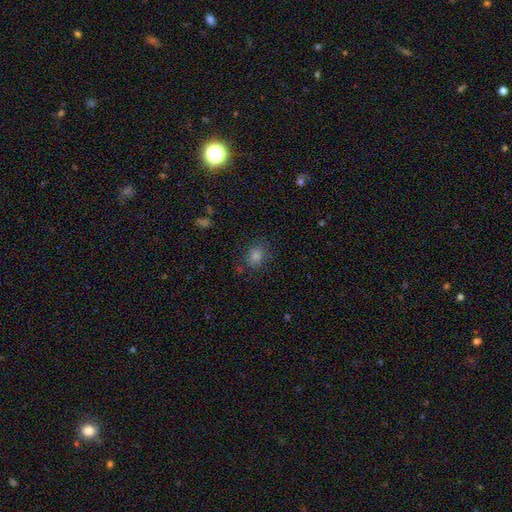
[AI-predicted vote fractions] Smooth or featured: smooth — 70% (star or artifact — 23%)
How rounded: round — 60% (in between — 39%)
Merging: none — 82% (minor disturbance — 12%)